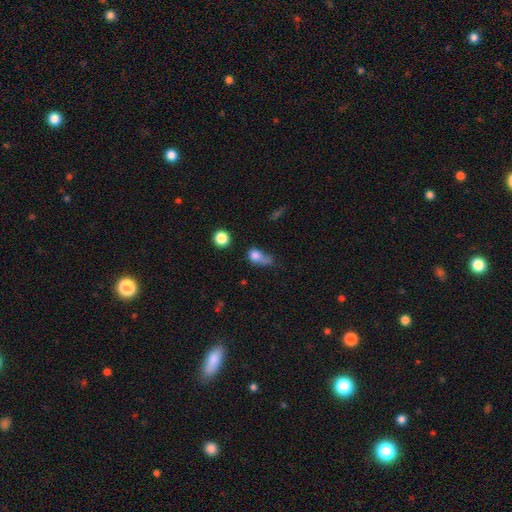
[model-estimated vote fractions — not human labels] Smooth or featured: smooth — 74% (featured or disk — 13%)
How rounded: in between — 50% (round — 44%)
Merging: major disturbance — 31% (none — 27%)